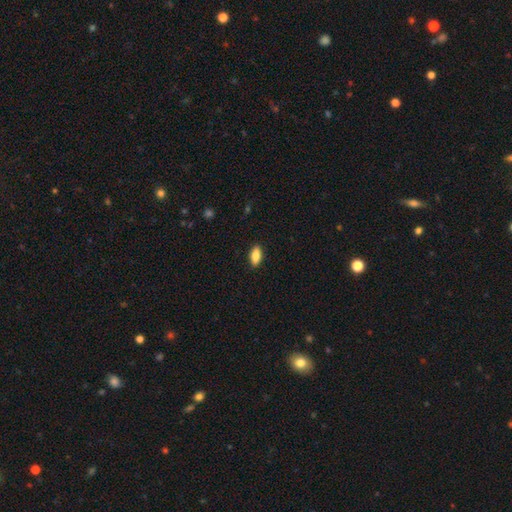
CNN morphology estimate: This appears to be a smooth galaxy with no disk features (83%) that is in between round and cigar-shaped (85%). Merging: none (89%).